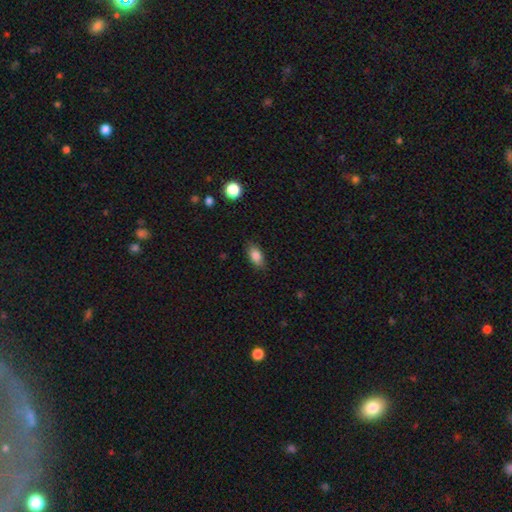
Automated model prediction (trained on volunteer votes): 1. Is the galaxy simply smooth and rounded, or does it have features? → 84% smooth, 8% star or artifact, 8% featured or disk.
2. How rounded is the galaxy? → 88% in between, 7% round, 6% cigar-shaped.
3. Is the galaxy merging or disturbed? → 83% none, 13% minor disturbance, 3% major disturbance, 1% merger.